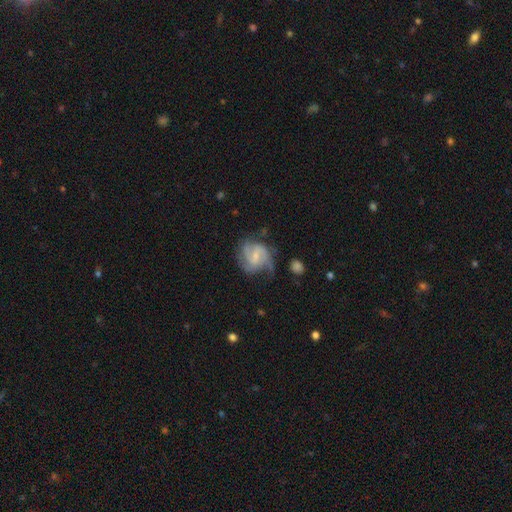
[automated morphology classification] smooth-or-featured: featured or disk: 79% | smooth: 15% | star or artifact: 6%
  disk-edge-on: no: 98% | yes: 2%
    bar: weak: 55% | no: 29% | strong: 16%
    has-spiral-arms: yes: 94% | no: 6%
      spiral-winding: medium: 48% | tight: 35% | loose: 17%
      spiral-arm-count: 2: 52% | 3: 22% | can't tell: 15% | 1: 4% | 4: 4% | more than 4: 3%
    bulge-size: small: 58% | moderate: 30% | none: 9% | large: 2% | dominant: 1%
  merging: none: 59% | minor disturbance: 23% | major disturbance: 15% | merger: 3%